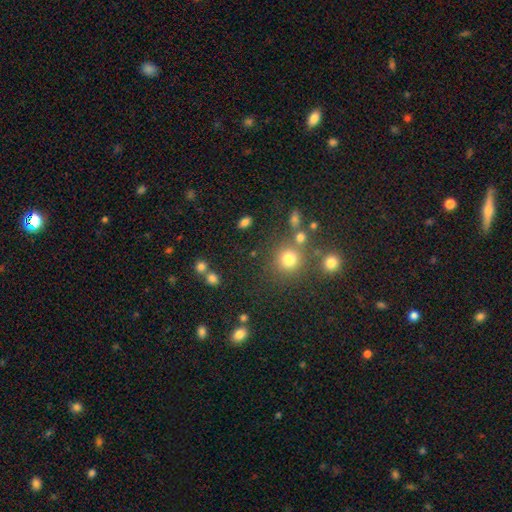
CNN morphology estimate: Smooth or featured?
  - smooth: 55% *
  - star or artifact: 37%
  - featured or disk: 8%
How rounded?
  - round: 91% *
  - in between: 8%
  - cigar-shaped: 1%
Merging?
  - none: 77% *
  - merger: 12%
  - minor disturbance: 8%
  - major disturbance: 3%